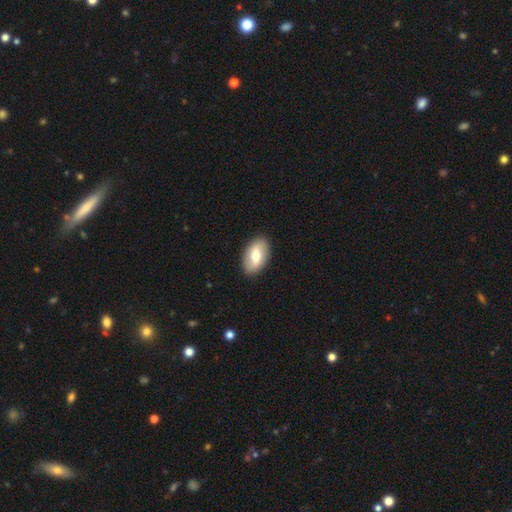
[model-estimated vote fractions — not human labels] smooth-or-featured: smooth: 62% | featured or disk: 32% | star or artifact: 6%
  how-rounded: in between: 92% | round: 6% | cigar-shaped: 2%
  merging: none: 89% | minor disturbance: 8% | major disturbance: 2% | merger: 1%